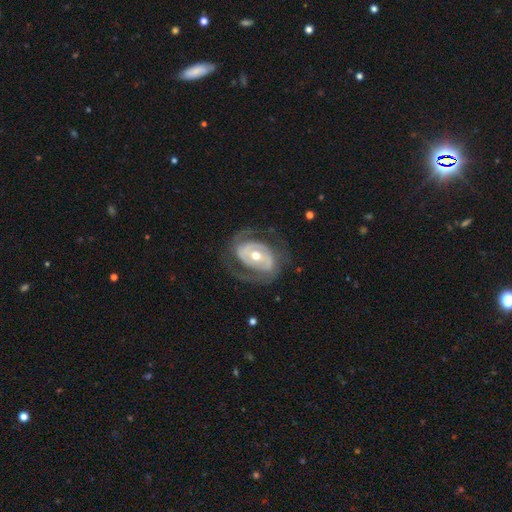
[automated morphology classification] This is clearly a featured or disk galaxy (84%). It is clearly not viewed edge-on (96%). Bar: marginally no (44%). Spiral arm pattern: clearly yes (85%). Spiral arm count: likely 2 (76%). Spiral winding: marginally medium (42%). Central bulge: likely moderate (67%). Merging: likely none (67%).